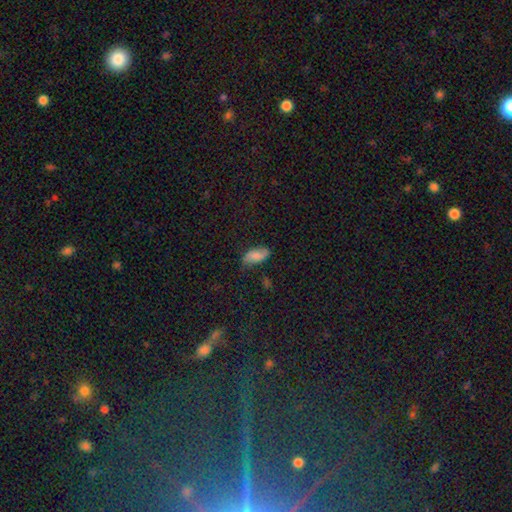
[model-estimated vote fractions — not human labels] Smooth or featured: smooth — 64% (featured or disk — 27%)
How rounded: in between — 90% (cigar-shaped — 7%)
Merging: none — 68% (minor disturbance — 24%)